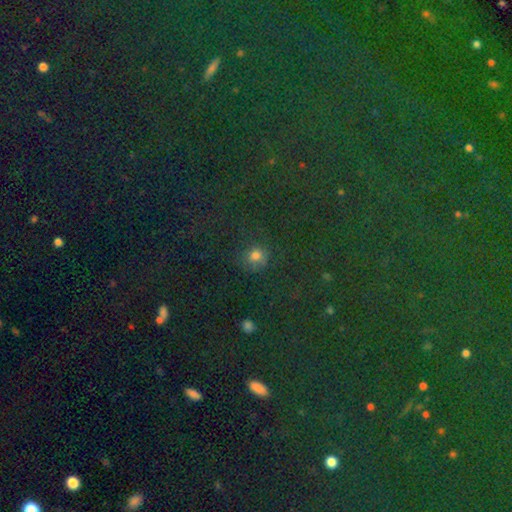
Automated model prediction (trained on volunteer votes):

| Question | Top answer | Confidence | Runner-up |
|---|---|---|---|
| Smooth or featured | smooth | 66% | star or artifact (26%) |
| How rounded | round | 87% | in between (12%) |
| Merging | none | 78% | minor disturbance (13%) |